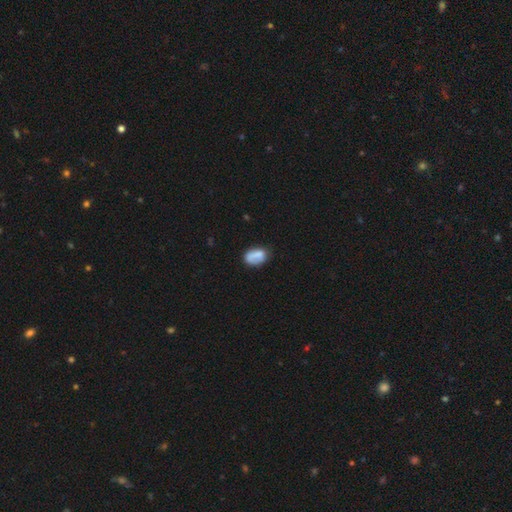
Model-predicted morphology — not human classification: This appears to be a smooth galaxy with no disk features (70%) that is in between round and cigar-shaped (84%). Merging: none (54%).